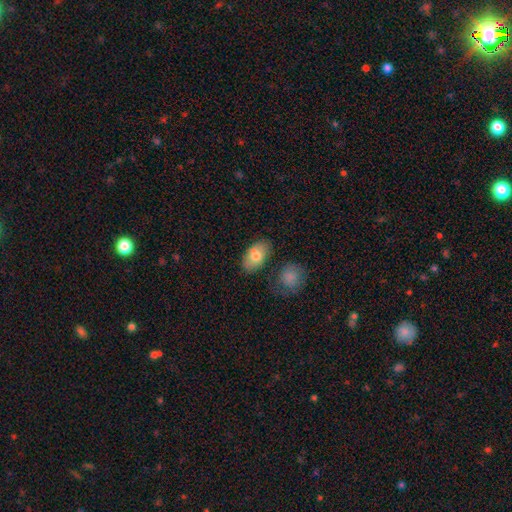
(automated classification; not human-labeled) The model was most divided on "merging": none: 71%, minor disturbance: 16%, merger: 9%, major disturbance: 4%. More confident: how rounded — in between (92%); smooth or featured — smooth (77%).